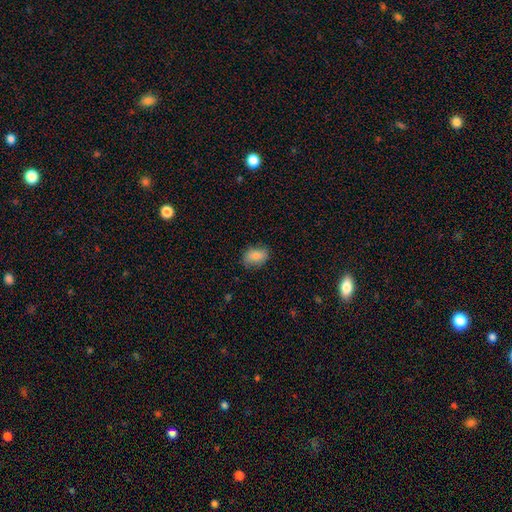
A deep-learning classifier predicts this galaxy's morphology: The model was most divided on "how rounded": in between: 81%, round: 17%, cigar-shaped: 2%. More confident: smooth or featured — smooth (84%); merging — none (80%).